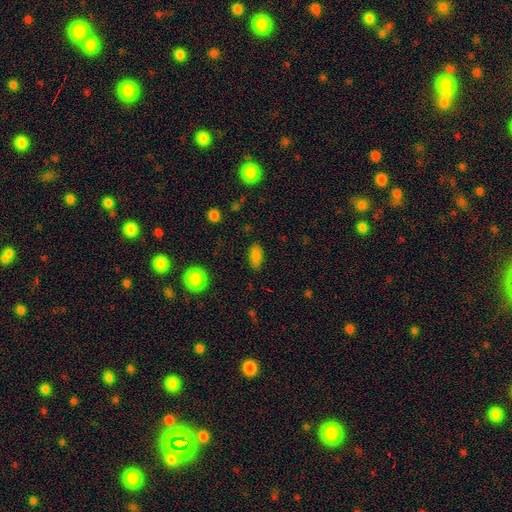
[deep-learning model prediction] Overall: smooth (85%). How rounded: in between (89%). Merging: none (85%).